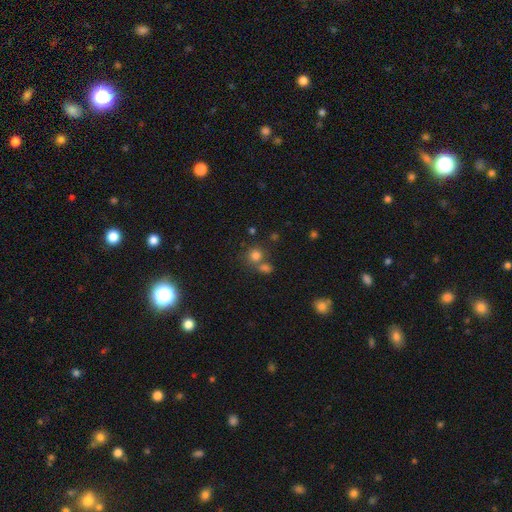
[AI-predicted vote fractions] Overall: smooth (76%). How rounded: round (83%). Merging: none (56%; merger 30%).